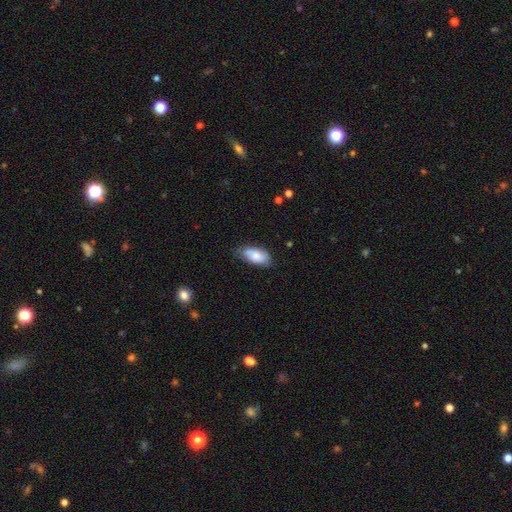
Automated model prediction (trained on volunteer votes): The model was most divided on "merging": none: 64%, minor disturbance: 29%, major disturbance: 5%, merger: 2%. More confident: how rounded — in between (92%); smooth or featured — smooth (73%).